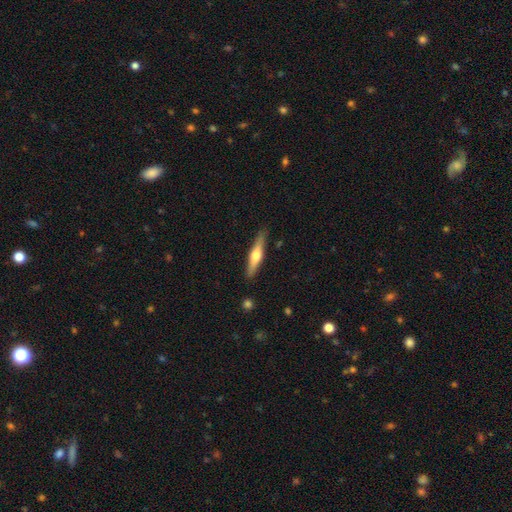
Volunteers were most divided on "smooth or featured": featured or disk: 74%, smooth: 23%, star or artifact: 3%. More confident: merging — none (97%); edge-on disk — yes (97%); edge-on bulge — rounded (89%).